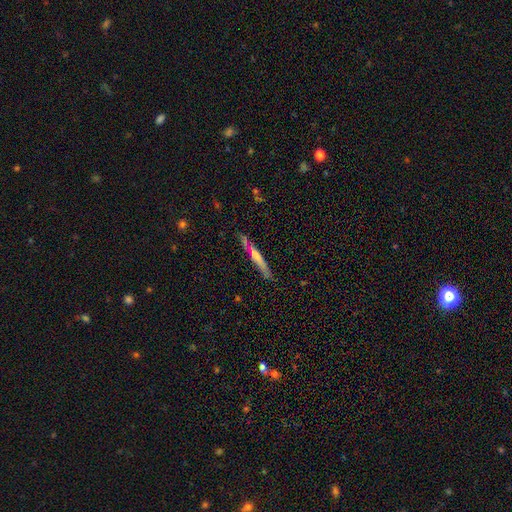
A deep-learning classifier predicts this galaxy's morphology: smooth 53%, featured or disk 40%, star or artifact 7%. Down the decision tree: how rounded — cigar-shaped (94%); merging — none (76%).